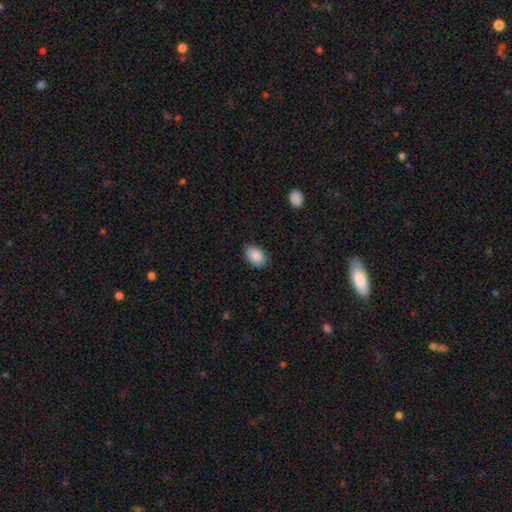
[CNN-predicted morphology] Smooth or featured? Predicted: smooth (p=0.89). How rounded? Predicted: in between (p=0.88). Merging? Predicted: none (p=0.82).